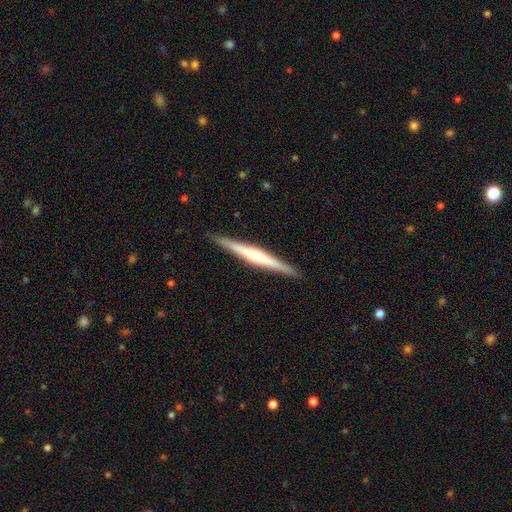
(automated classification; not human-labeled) Overall: featured or disk (66%; smooth 29%). Edge-on disk: yes (98%). Edge-on bulge: rounded (52%; none 29%). Merging: none (91%).